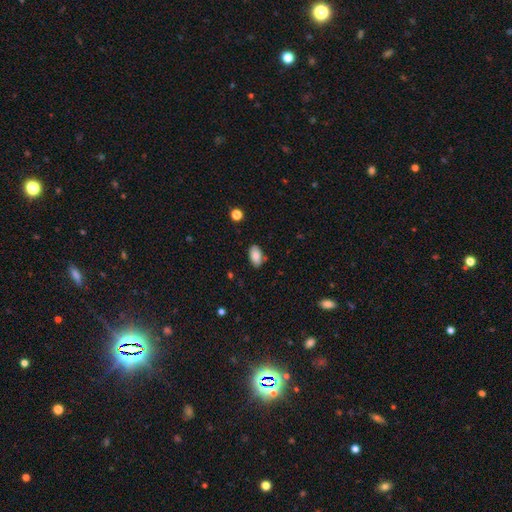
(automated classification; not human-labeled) Smooth or featured?
  - smooth: 86% *
  - star or artifact: 8%
  - featured or disk: 7%
How rounded?
  - in between: 93% *
  - round: 5%
  - cigar-shaped: 2%
Merging?
  - none: 83% *
  - minor disturbance: 13%
  - major disturbance: 2%
  - merger: 2%